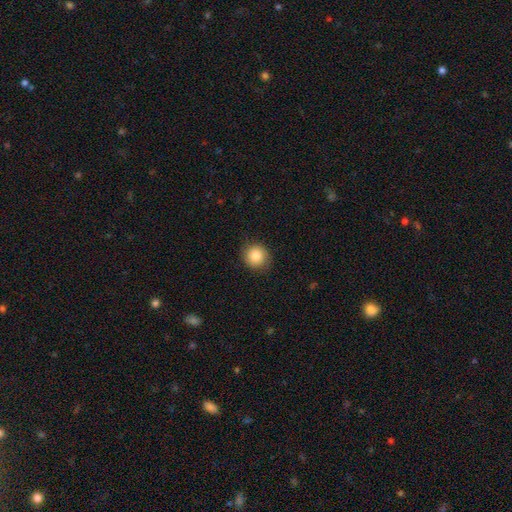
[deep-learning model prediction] smooth-or-featured: smooth: 82% | featured or disk: 9% | star or artifact: 9%
  how-rounded: round: 88% | in between: 11% | cigar-shaped: 1%
  merging: none: 84% | minor disturbance: 12% | major disturbance: 3% | merger: 1%